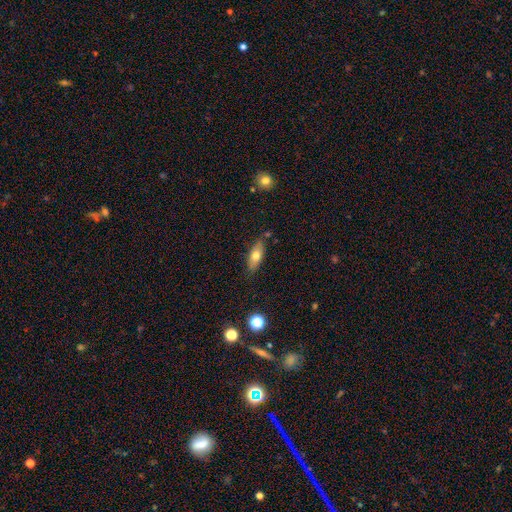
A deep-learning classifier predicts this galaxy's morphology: smooth-or-featured: smooth: 67% | featured or disk: 25% | star or artifact: 7%
  how-rounded: in between: 72% | cigar-shaped: 24% | round: 4%
  merging: none: 79% | minor disturbance: 15% | merger: 4% | major disturbance: 3%